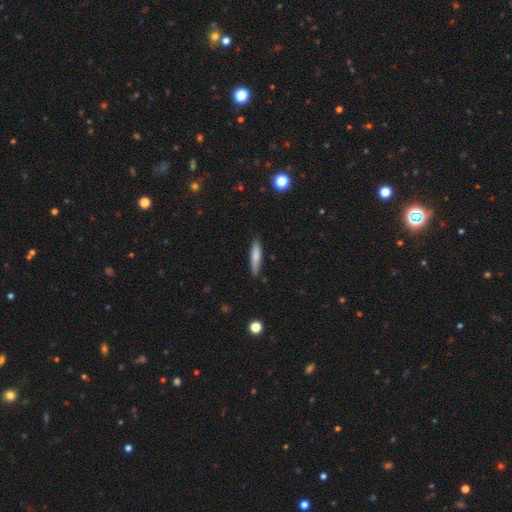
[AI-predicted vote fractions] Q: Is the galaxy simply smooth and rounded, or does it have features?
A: smooth — 76%.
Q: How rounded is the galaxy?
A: cigar-shaped — 84%.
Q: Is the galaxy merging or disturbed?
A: none — 83%.